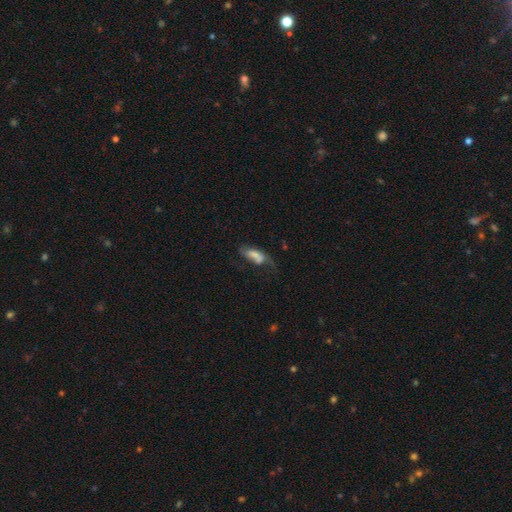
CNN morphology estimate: Smooth or featured: smooth — 54% (featured or disk — 36%)
How rounded: in between — 77% (cigar-shaped — 19%)
Merging: major disturbance — 30% (tied with none — 30%)